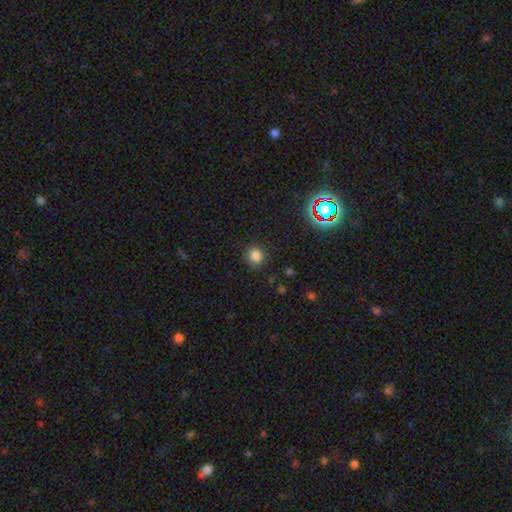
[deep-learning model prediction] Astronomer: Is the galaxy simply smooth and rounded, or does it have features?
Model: smooth — 80%.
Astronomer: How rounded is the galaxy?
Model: round — 83%.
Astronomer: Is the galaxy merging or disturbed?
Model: none — 87%.